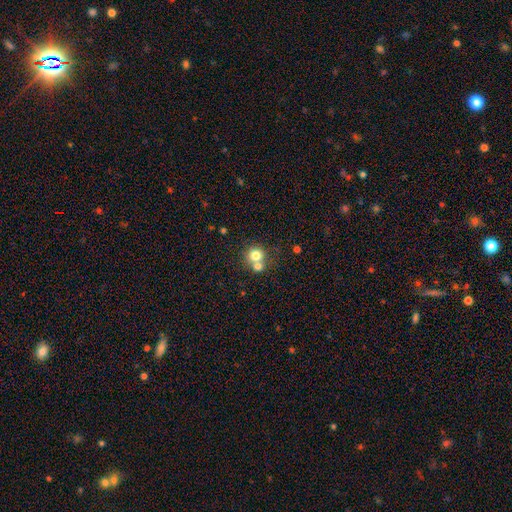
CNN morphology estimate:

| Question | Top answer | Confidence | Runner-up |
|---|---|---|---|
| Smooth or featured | smooth | 76% | featured or disk (12%) |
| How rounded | round | 87% | in between (12%) |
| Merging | none | 45% | tied: merger (45%) |